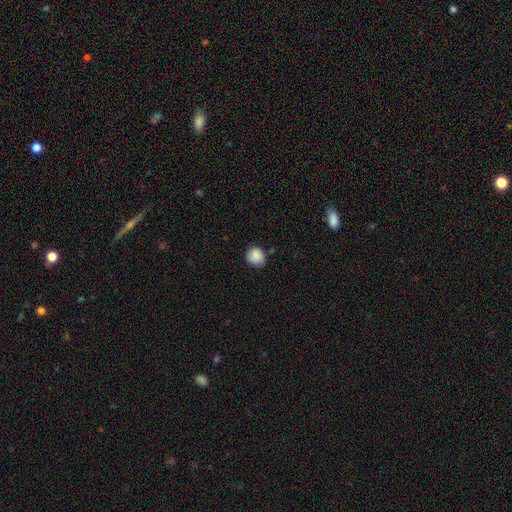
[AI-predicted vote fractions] This is clearly a smooth galaxy (87%). How rounded: clearly round (82%). Merging: likely none (78%).